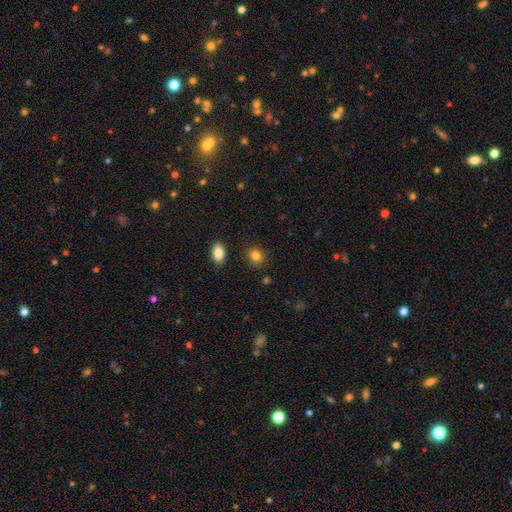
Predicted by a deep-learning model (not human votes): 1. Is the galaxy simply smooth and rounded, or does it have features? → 84% smooth, 11% star or artifact, 6% featured or disk.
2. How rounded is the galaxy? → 71% round, 28% in between, 1% cigar-shaped.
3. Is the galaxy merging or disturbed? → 86% none, 9% minor disturbance, 3% major disturbance, 3% merger.